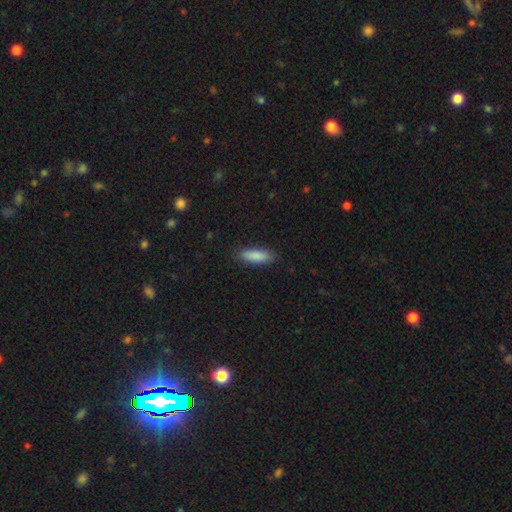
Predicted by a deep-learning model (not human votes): A smooth galaxy with no disk features (87%) that is cigar-shaped (49%, tied with in between). Merging: none (86%).